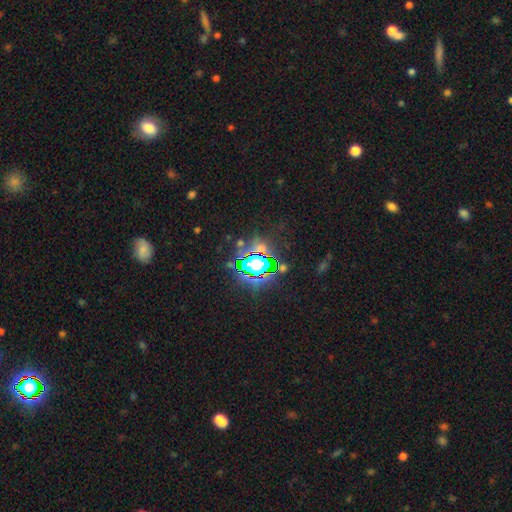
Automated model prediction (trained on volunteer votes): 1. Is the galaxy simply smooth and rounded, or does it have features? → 82% star or artifact, 10% smooth, 8% featured or disk.